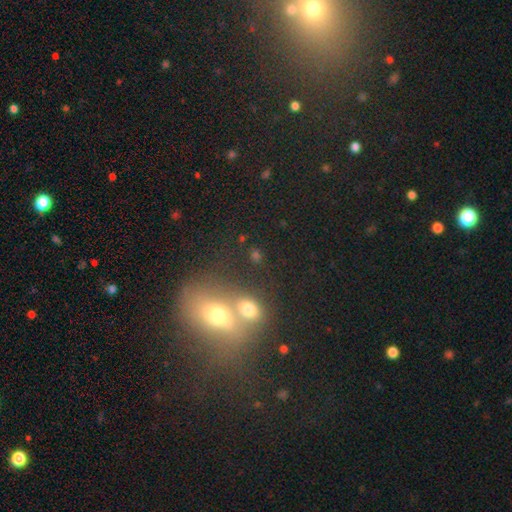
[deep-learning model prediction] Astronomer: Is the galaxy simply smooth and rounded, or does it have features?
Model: smooth — 61%.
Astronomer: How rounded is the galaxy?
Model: in between — 49% (runner-up: round, 47%).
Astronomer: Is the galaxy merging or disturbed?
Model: merger — 43% (runner-up: none, 42%).